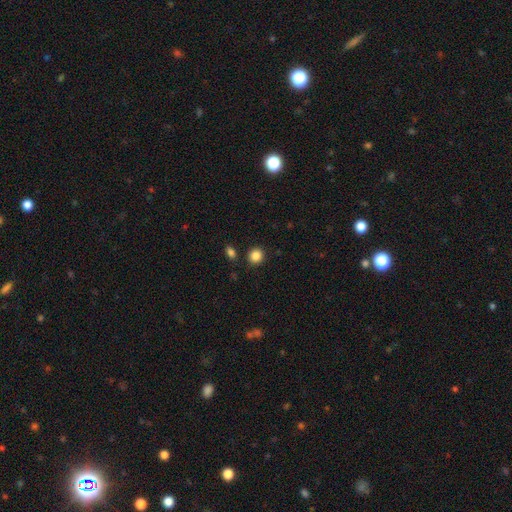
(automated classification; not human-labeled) A smooth galaxy with no disk features (86%) that is round (84%). Merging: none (88%).